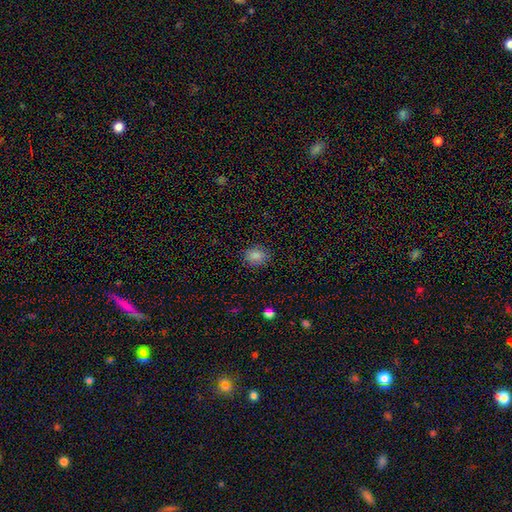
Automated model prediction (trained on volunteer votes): The model was most divided on "how rounded": round: 57%, in between: 42%, cigar-shaped: 1%. More confident: merging — none (87%); smooth or featured — smooth (85%).